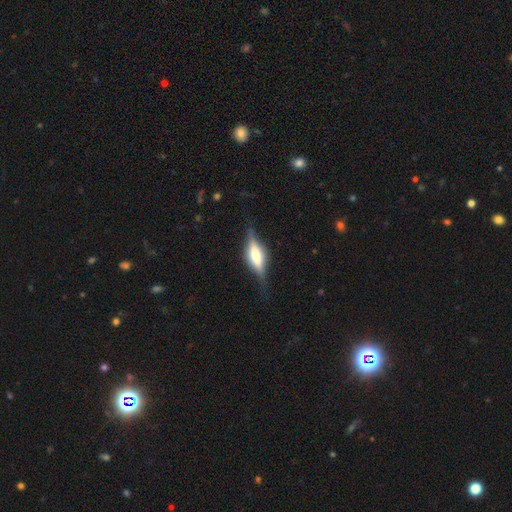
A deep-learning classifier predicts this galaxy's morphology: featured or disk 71%, smooth 23%, star or artifact 7%. Down the decision tree: edge-on disk — yes (94%); edge-on bulge — rounded (62%); merging — none (77%).